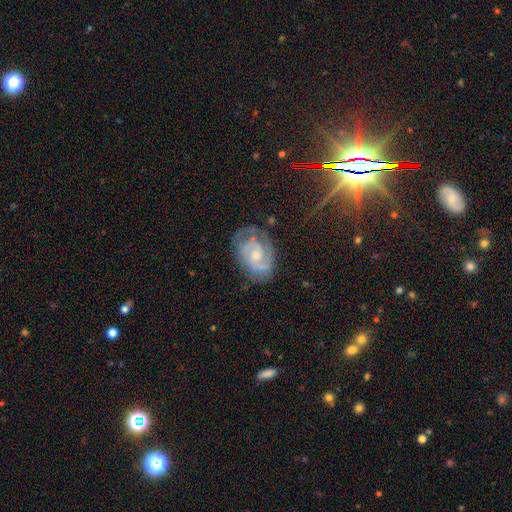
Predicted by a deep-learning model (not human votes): Smooth or featured? Predicted: featured or disk (p=0.78). Edge-on disk? Predicted: no (p=0.97). Bar? Predicted: no (p=0.60). Spiral arms? Predicted: yes (p=0.92). Spiral winding? Predicted: tight (p=0.47). Spiral arm count? Predicted: 2 (p=0.61). Bulge size? Predicted: small (p=0.46). Merging? Predicted: none (p=0.64).